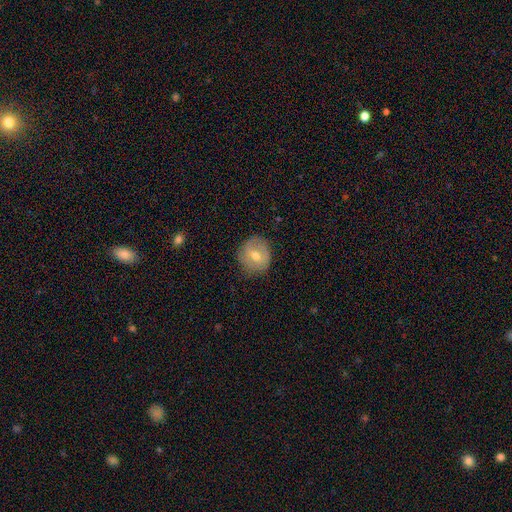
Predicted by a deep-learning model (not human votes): A smooth galaxy with no disk features (51%) that is round (85%). Merging: none (78%).